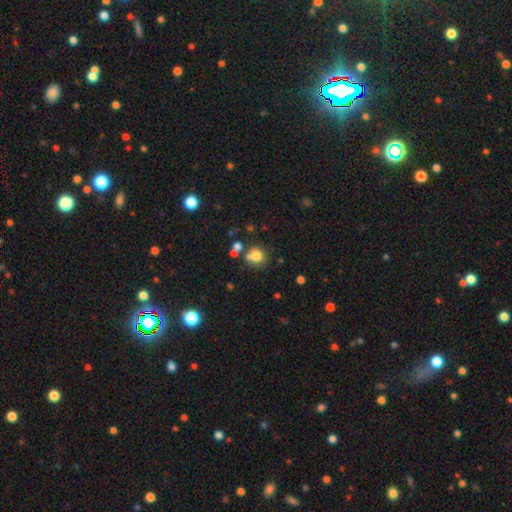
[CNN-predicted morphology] smooth_or_featured: smooth (p=0.74) [alt: star or artifact p=0.14]
how_rounded: round (p=0.69) [alt: in between p=0.30]
merging: none (p=0.53) [alt: merger p=0.26]